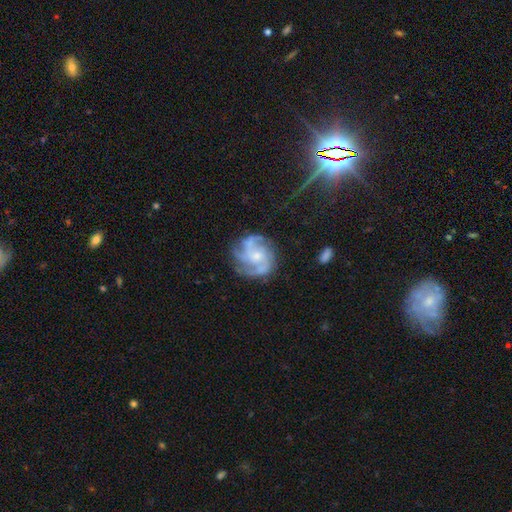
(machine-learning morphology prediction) A featured or disk galaxy (83%) with no bar (65%), 3 (39%) medium (47%) spiral arms (95%) and a small central bulge (49%).

Vote fractions:
- Smooth or featured? featured or disk: 83% / smooth: 10% / star or artifact: 7%
- Edge-on disk? no: 98% / yes: 2%
- Bar? no: 65% / weak: 29% / strong: 6%
- Spiral arms? yes: 95% / no: 5%
- Spiral winding? medium: 47% / tight: 39% / loose: 14%
- Spiral arm count? 3: 39% / 4: 19% / can't tell: 17% / 2: 14% / more than 4: 5% / 1: 5%
- Bulge size? small: 49% / moderate: 39% / none: 7% / large: 3% / dominant: 1%
- Merging? none: 71% / minor disturbance: 17% / major disturbance: 9% / merger: 2%